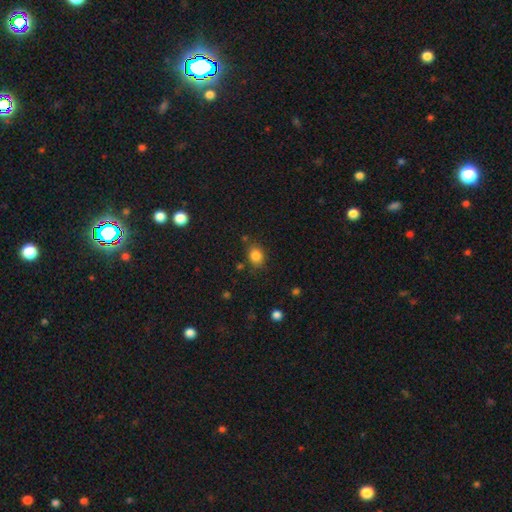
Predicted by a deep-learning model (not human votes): Overall: smooth (84%). How rounded: in between (55%; round 44%). Merging: none (78%).